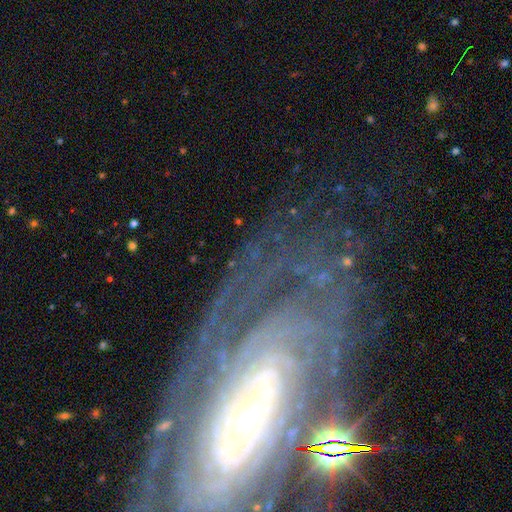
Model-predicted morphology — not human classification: The model was most divided on "spiral arm count": can't tell: 36%, 2: 18%, 3: 14%, more than 4: 12%, 4: 11%, 1: 9%. More confident: edge-on disk — no (93%); spiral arms — yes (91%); smooth or featured — featured or disk (80%); spiral winding — tight (69%); merging — none (66%); bulge size — small (53%); bar — no (50%).